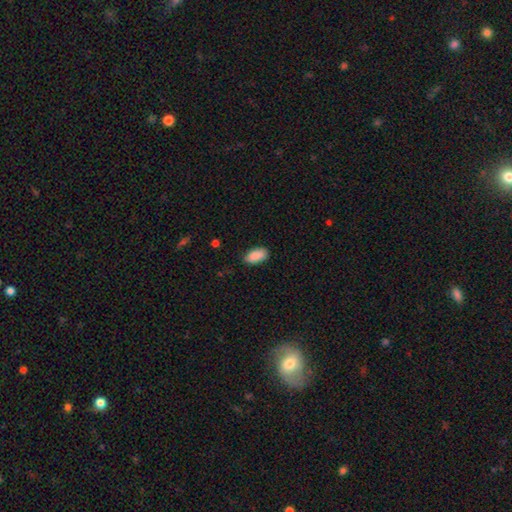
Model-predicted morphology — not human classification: This appears to be a smooth galaxy with no disk features (90%) that is in between round and cigar-shaped (93%). Merging: none (84%).